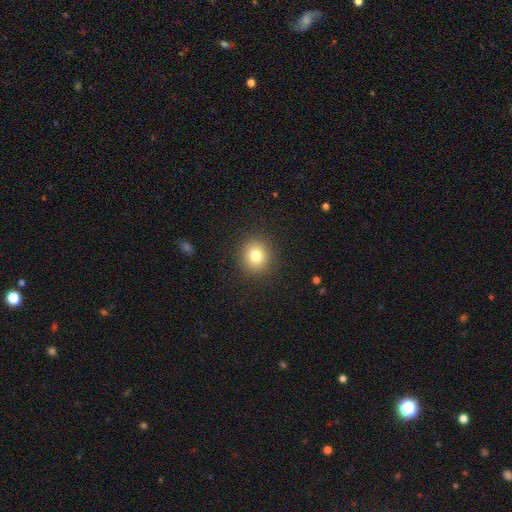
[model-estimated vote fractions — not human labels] Smooth or featured? smooth (79%)
How rounded? round (88%)
Merging? none (90%)